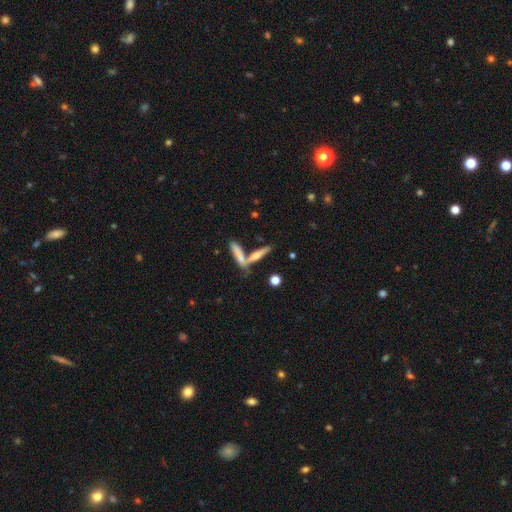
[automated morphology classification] Smooth or featured?
  - smooth: 46% *
  - featured or disk: 45%
  - star or artifact: 9%
Merging?
  - none: 52% *
  - merger: 36%
  - minor disturbance: 9%
  - major disturbance: 3%